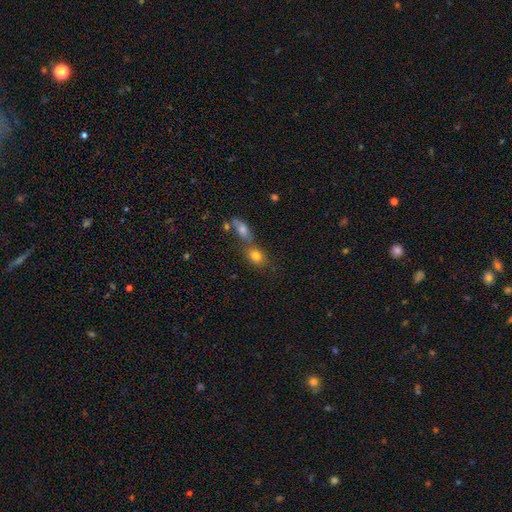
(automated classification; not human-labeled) A smooth galaxy with no disk features (78%) that is in between round and cigar-shaped (65%).

Vote fractions:
- Smooth or featured? smooth: 78% / featured or disk: 11% / star or artifact: 11%
- How rounded? in between: 65% / round: 32% / cigar-shaped: 3%
- Merging? none: 43% / merger: 42% / minor disturbance: 11% / major disturbance: 4%